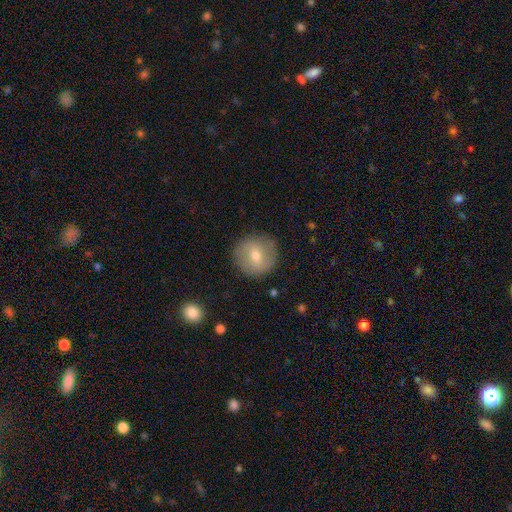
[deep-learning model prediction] Overall: smooth (64%; featured or disk 28%). How rounded: round (93%). Merging: none (85%).